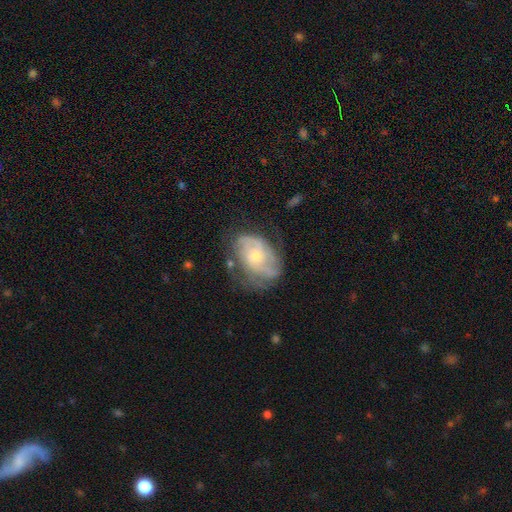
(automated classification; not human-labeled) smooth-or-featured: featured or disk: 77% | smooth: 16% | star or artifact: 6%
  disk-edge-on: no: 97% | yes: 3%
    bar: no: 72% | weak: 24% | strong: 4%
    has-spiral-arms: yes: 90% | no: 10%
      spiral-winding: tight: 45% | medium: 39% | loose: 15%
      spiral-arm-count: 2: 38% | can't tell: 32% | 3: 17% | 4: 5% | 1: 5% | more than 4: 4%
    bulge-size: small: 63% | moderate: 32% | large: 2% | none: 2% | dominant: 1%
  merging: none: 56% | minor disturbance: 25% | major disturbance: 16% | merger: 2%